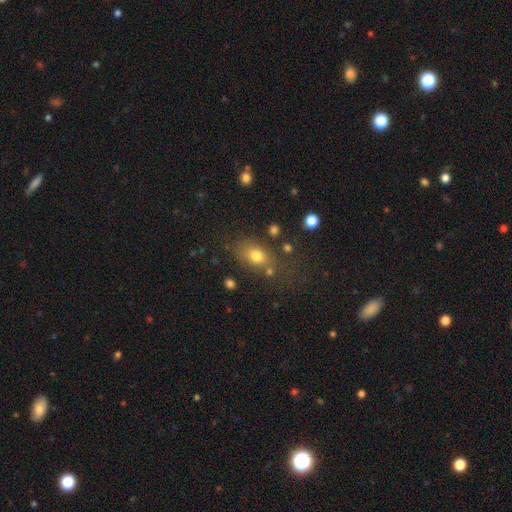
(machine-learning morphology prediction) A smooth galaxy with no disk features (77%) that is in between round and cigar-shaped (73%).

Vote fractions:
- Smooth or featured? smooth: 77% / star or artifact: 12% / featured or disk: 11%
- How rounded? in between: 73% / round: 24% / cigar-shaped: 2%
- Merging? none: 66% / minor disturbance: 17% / major disturbance: 9% / merger: 9%